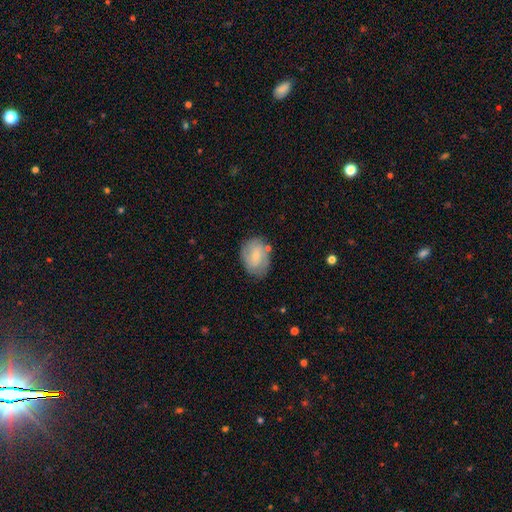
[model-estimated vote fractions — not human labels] Smooth or featured?
  - smooth: 51% *
  - featured or disk: 42%
  - star or artifact: 7%
How rounded?
  - in between: 66% *
  - round: 33%
  - cigar-shaped: 1%
Merging?
  - none: 72% *
  - minor disturbance: 19%
  - major disturbance: 5%
  - merger: 4%